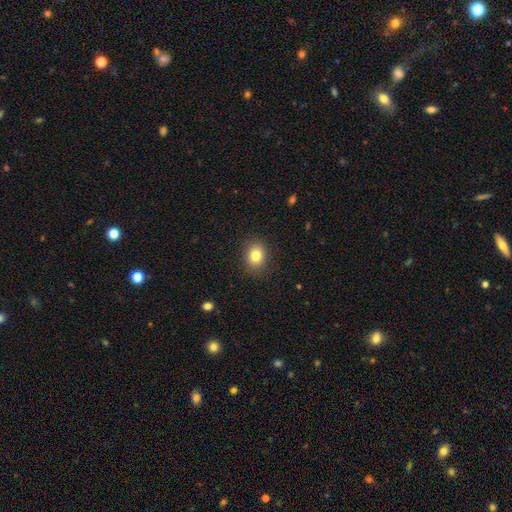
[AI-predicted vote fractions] Smooth or featured? smooth (81%)
How rounded? round (56%)
Merging? none (89%)